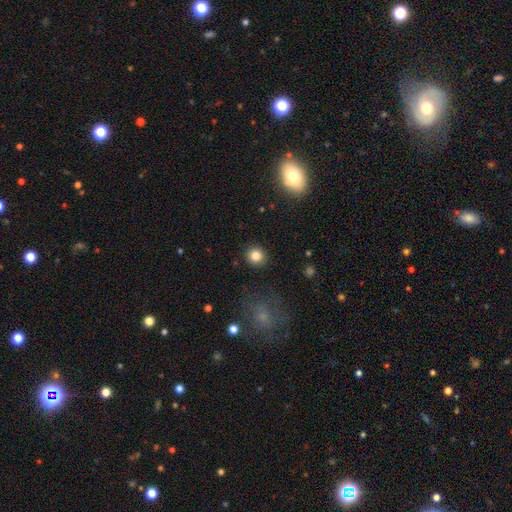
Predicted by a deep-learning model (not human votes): smooth 83%, star or artifact 11%, featured or disk 6%. Down the decision tree: how rounded — round (91%); merging — none (91%).